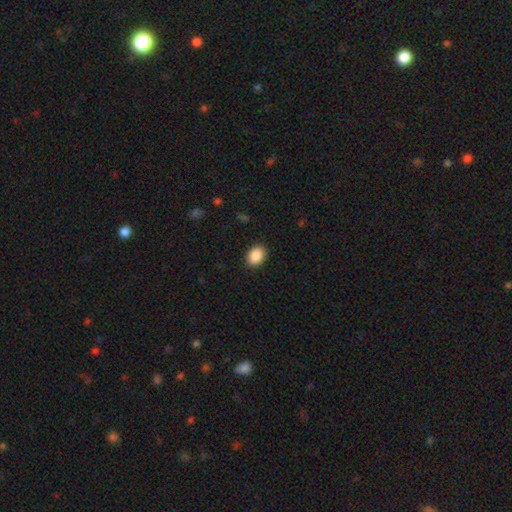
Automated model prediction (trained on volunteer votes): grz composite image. It shows a smooth galaxy with no disk features (89%) that is in between round and cigar-shaped (76%). Merging: none (90%).